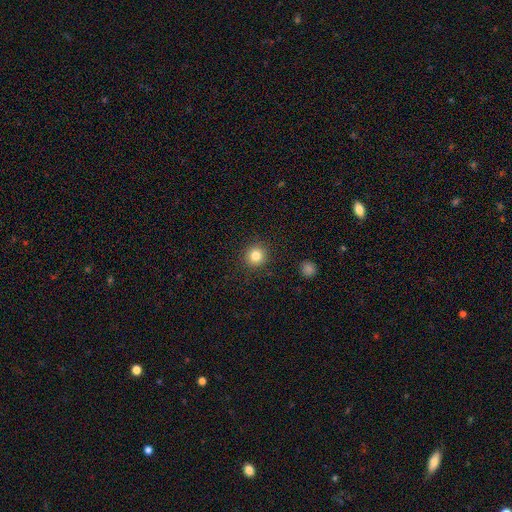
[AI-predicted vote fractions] Smooth or featured?
  - smooth: 83% *
  - star or artifact: 11%
  - featured or disk: 6%
How rounded?
  - round: 93% *
  - in between: 6%
  - cigar-shaped: 1%
Merging?
  - none: 91% *
  - minor disturbance: 6%
  - major disturbance: 2%
  - merger: 1%